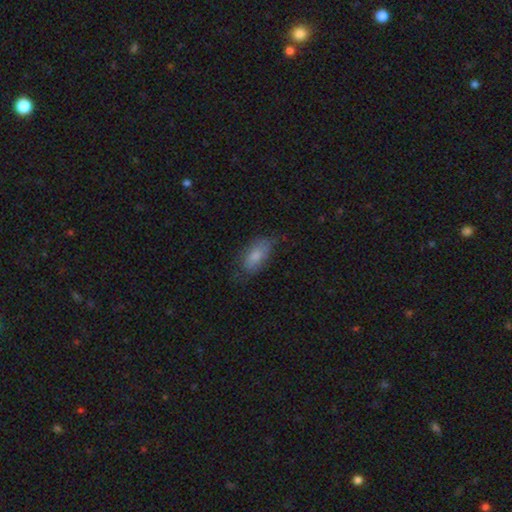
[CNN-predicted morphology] Smooth or featured: smooth — 76% (featured or disk — 16%)
How rounded: in between — 89% (cigar-shaped — 8%)
Merging: none — 63% (minor disturbance — 27%)